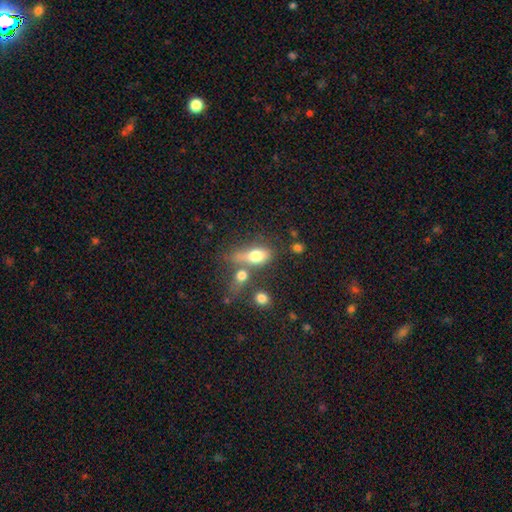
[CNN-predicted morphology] smooth-or-featured: smooth: 72% | featured or disk: 18% | star or artifact: 10%
  how-rounded: in between: 74% | round: 15% | cigar-shaped: 11%
  merging: merger: 38% | none: 34% | minor disturbance: 16% | major disturbance: 12%